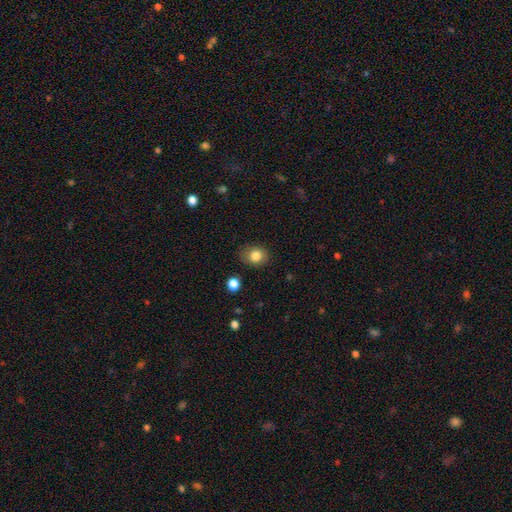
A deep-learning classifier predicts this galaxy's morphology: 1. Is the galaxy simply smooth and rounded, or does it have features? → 83% smooth, 10% star or artifact, 7% featured or disk.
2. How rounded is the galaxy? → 59% round, 40% in between, 1% cigar-shaped.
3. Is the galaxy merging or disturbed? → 82% none, 14% minor disturbance, 3% major disturbance, 1% merger.